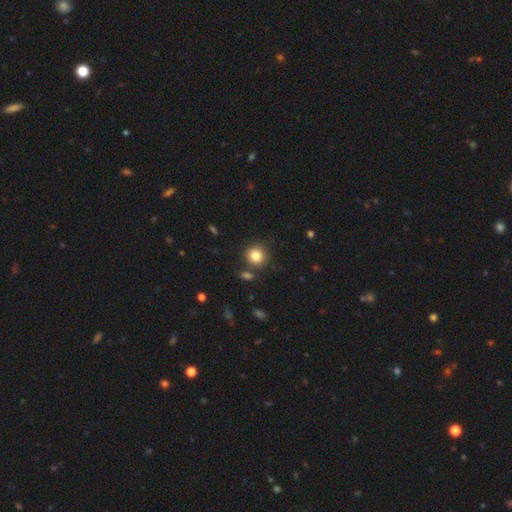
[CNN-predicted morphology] The model was most divided on "smooth or featured": smooth: 84%, star or artifact: 10%, featured or disk: 6%. More confident: how rounded — round (90%); merging — none (83%).